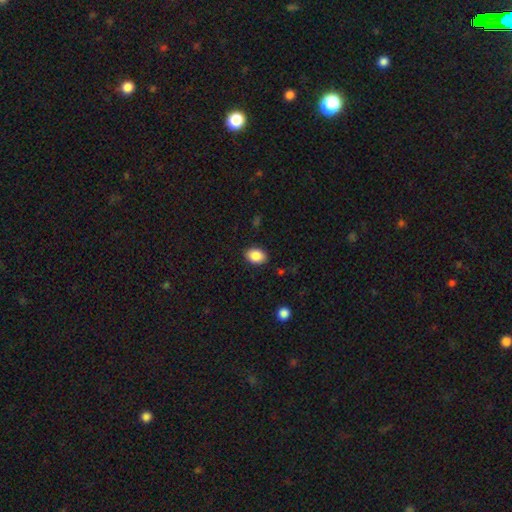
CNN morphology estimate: This appears to be a smooth galaxy with no disk features (87%) that is in between round and cigar-shaped (77%). Merging: none (88%).